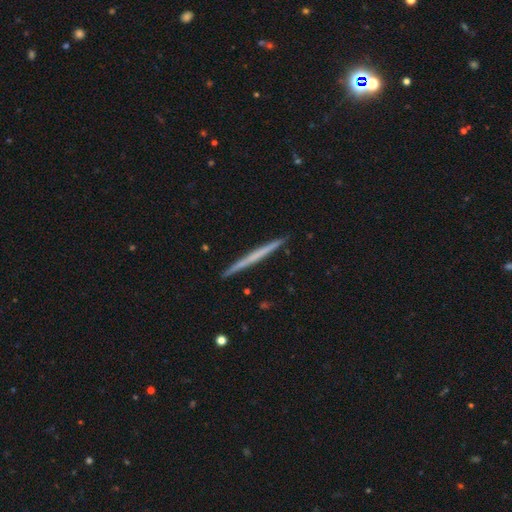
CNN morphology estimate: type=featured or disk (54%); edge-on=yes (98%); edge-on bulge=none (90%); merging=none (93%).